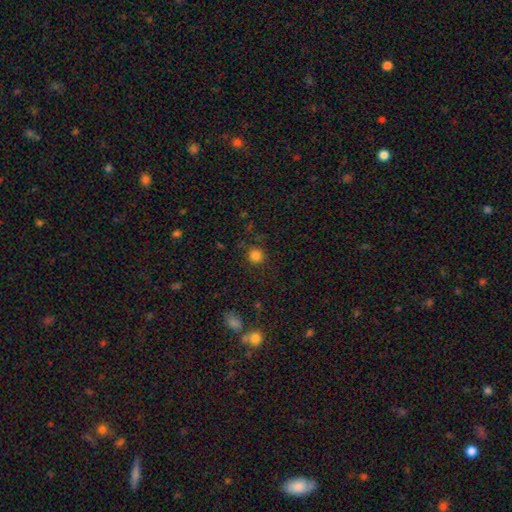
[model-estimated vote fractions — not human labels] This appears to be a smooth galaxy with no disk features (82%) that is round (90%). Merging: none (85%).